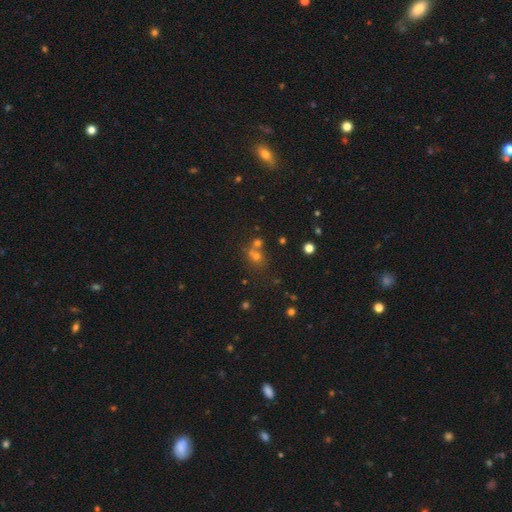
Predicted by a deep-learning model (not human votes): Overall: smooth (56%; star or artifact 31%). How rounded: round (76%). Merging: none (49%; merger 38%).